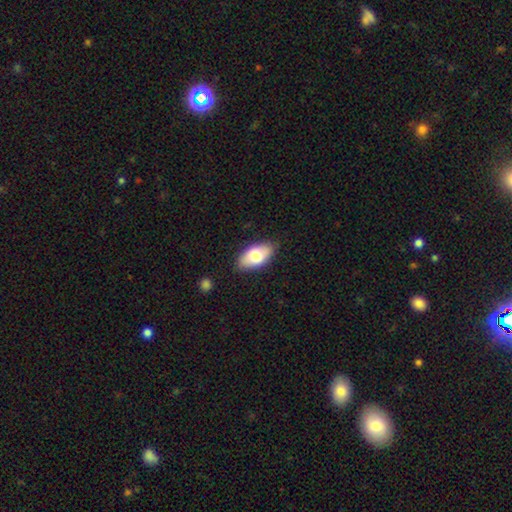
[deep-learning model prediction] Smooth or featured?
  - smooth: 72% *
  - featured or disk: 22%
  - star or artifact: 6%
How rounded?
  - in between: 93% *
  - round: 4%
  - cigar-shaped: 4%
Merging?
  - none: 84% *
  - minor disturbance: 13%
  - major disturbance: 3%
  - merger: 1%